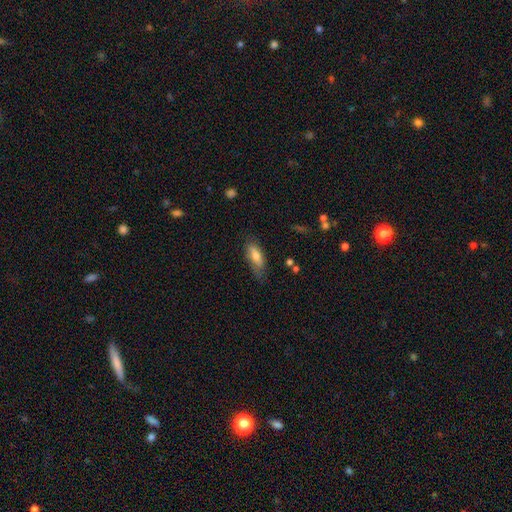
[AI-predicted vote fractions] Overall: smooth (71%). How rounded: in between (67%; cigar-shaped 30%). Merging: none (66%; minor disturbance 26%).